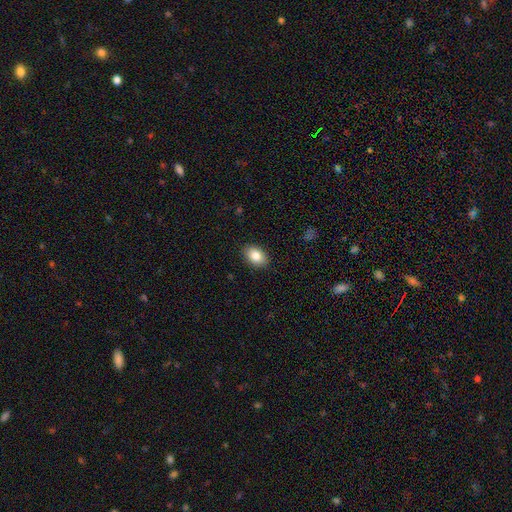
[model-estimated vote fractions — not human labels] Smooth or featured: smooth — 84% (featured or disk — 8%)
How rounded: in between — 84% (round — 15%)
Merging: none — 89% (minor disturbance — 8%)